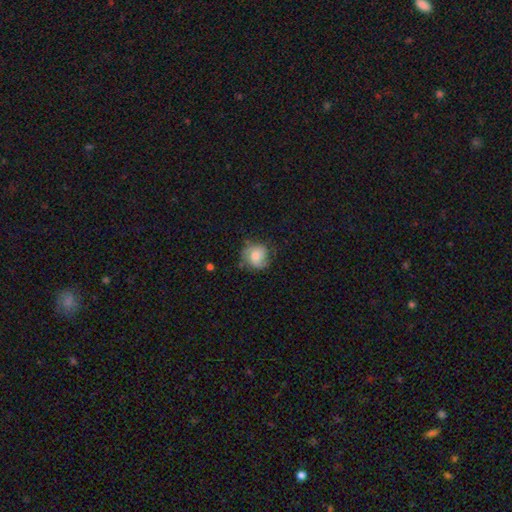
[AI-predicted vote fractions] A smooth galaxy with no disk features (58%) that is round (82%).

Vote fractions:
- Smooth or featured? smooth: 58% / featured or disk: 34% / star or artifact: 8%
- How rounded? round: 82% / in between: 17% / cigar-shaped: 1%
- Merging? none: 65% / minor disturbance: 25% / major disturbance: 9% / merger: 2%